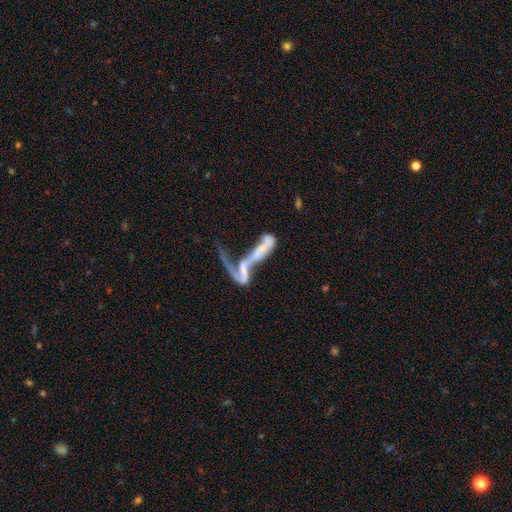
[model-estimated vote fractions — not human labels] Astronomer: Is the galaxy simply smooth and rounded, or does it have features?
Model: featured or disk — 55%.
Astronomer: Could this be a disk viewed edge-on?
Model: no — 55% (runner-up: yes, 45%).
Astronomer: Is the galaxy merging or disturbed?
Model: merger — 60%.